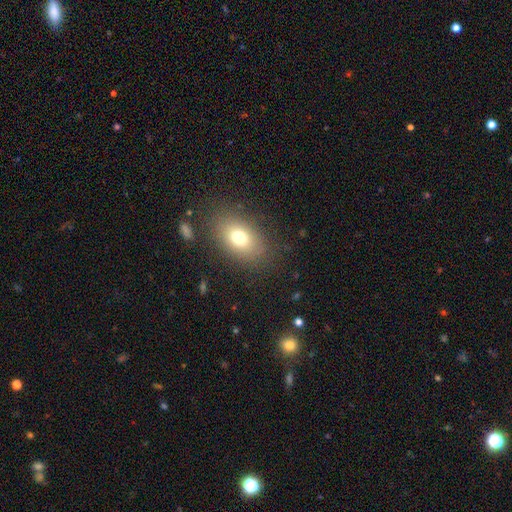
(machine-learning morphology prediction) type=smooth (71%); roundness=in between (78%); merging=none (85%).